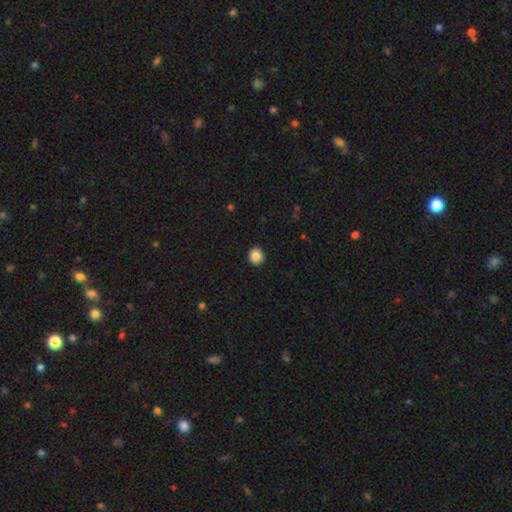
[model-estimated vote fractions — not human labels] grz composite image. It shows a smooth galaxy with no disk features (86%) that is round (90%). Merging: none (93%).